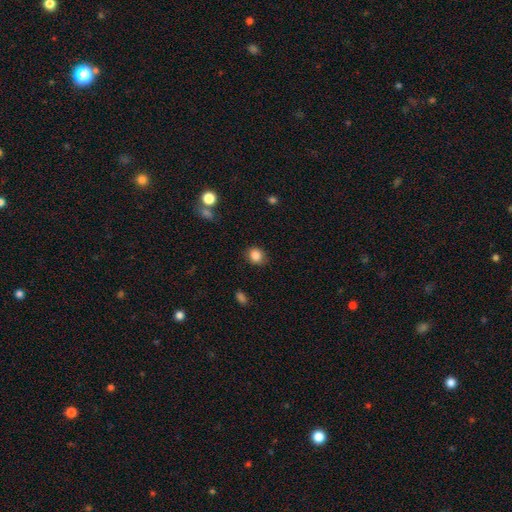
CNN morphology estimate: The model was most divided on "how rounded": round: 70%, in between: 29%, cigar-shaped: 1%. More confident: smooth or featured — smooth (86%); merging — none (83%).